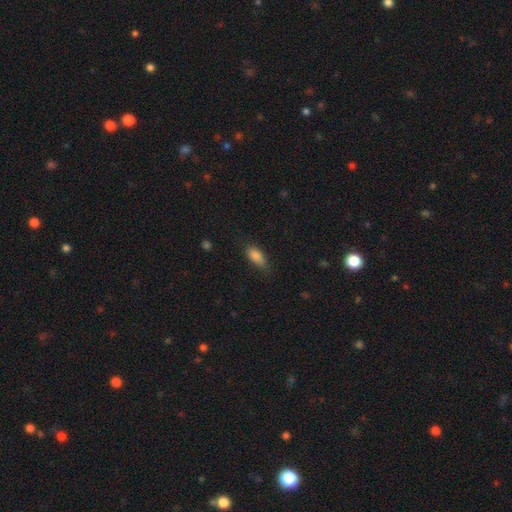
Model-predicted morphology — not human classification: Smooth or featured? smooth (85%)
How rounded? in between (82%)
Merging? none (74%)